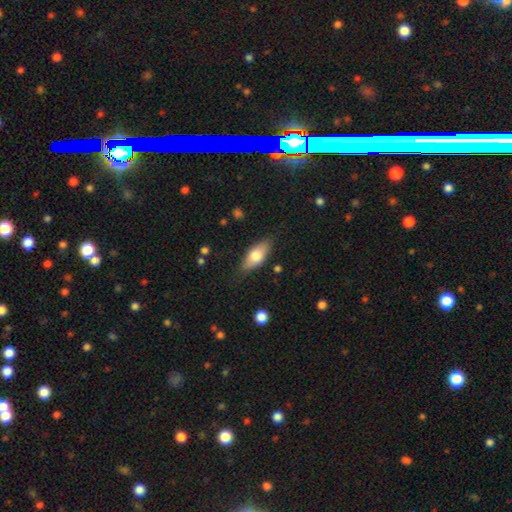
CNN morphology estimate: Smooth or featured: smooth — 71% (featured or disk — 23%)
How rounded: in between — 80% (cigar-shaped — 17%)
Merging: none — 79% (minor disturbance — 16%)